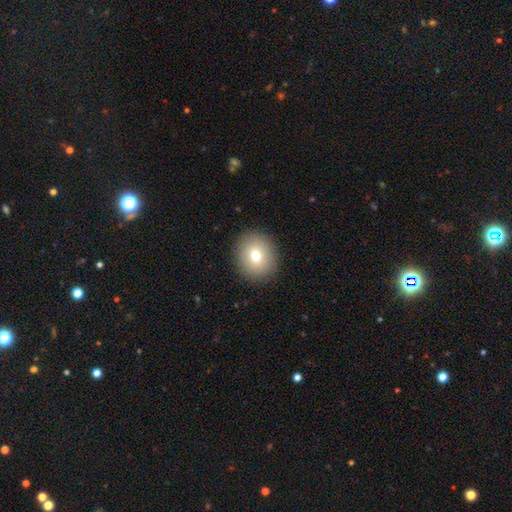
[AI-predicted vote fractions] A smooth galaxy with no disk features (74%) that is round (77%).

Vote fractions:
- Smooth or featured? smooth: 74% / featured or disk: 15% / star or artifact: 11%
- How rounded? round: 77% / in between: 22% / cigar-shaped: 1%
- Merging? none: 90% / minor disturbance: 6% / major disturbance: 2% / merger: 1%